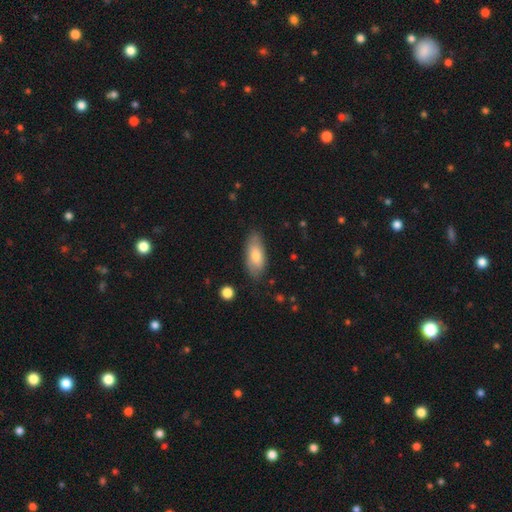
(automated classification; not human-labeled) smooth_or_featured: smooth (p=0.73) [alt: featured or disk p=0.21]
how_rounded: in between (p=0.84) [alt: cigar-shaped p=0.14]
merging: none (p=0.76) [alt: minor disturbance p=0.18]